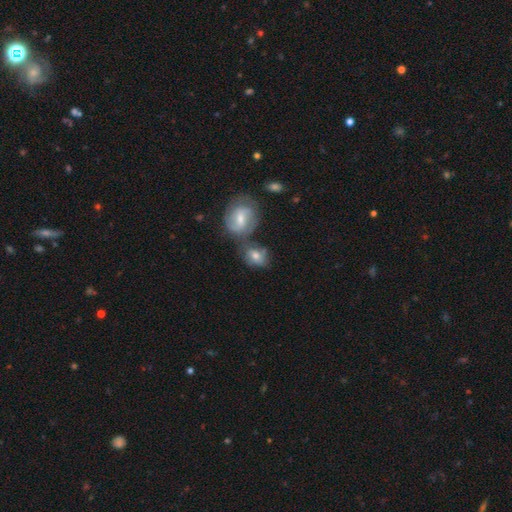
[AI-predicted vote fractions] smooth-or-featured: smooth: 58% | featured or disk: 34% | star or artifact: 8%
  how-rounded: in between: 57% | round: 41% | cigar-shaped: 2%
  merging: none: 40% | merger: 37% | minor disturbance: 16% | major disturbance: 8%